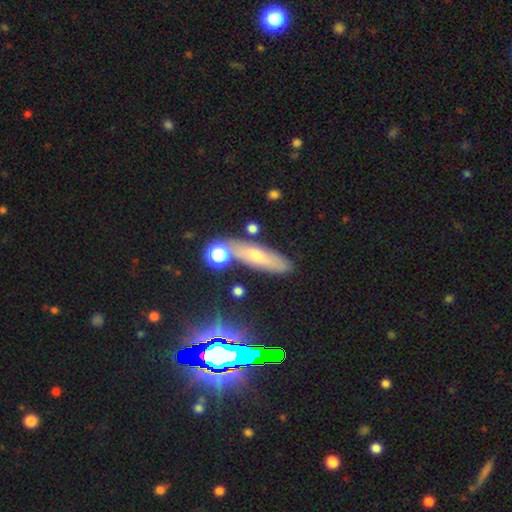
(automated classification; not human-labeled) This is possibly a smooth galaxy (51%). How rounded: possibly cigar-shaped (56%). Merging: likely none (72%).